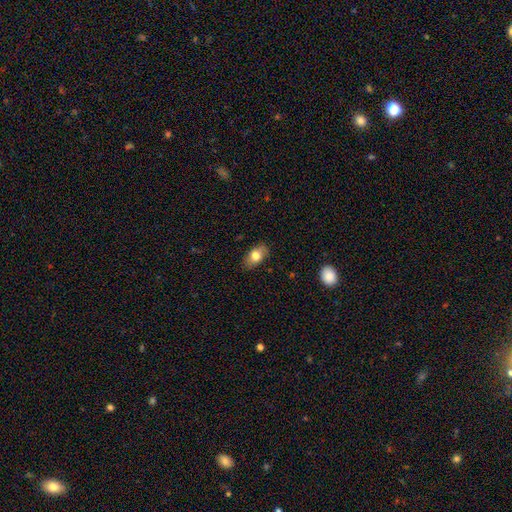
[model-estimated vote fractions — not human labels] A smooth galaxy with no disk features (76%) that is in between round and cigar-shaped (88%).

Vote fractions:
- Smooth or featured? smooth: 76% / featured or disk: 16% / star or artifact: 7%
- How rounded? in between: 88% / round: 9% / cigar-shaped: 3%
- Merging? none: 84% / minor disturbance: 13% / major disturbance: 2% / merger: 1%